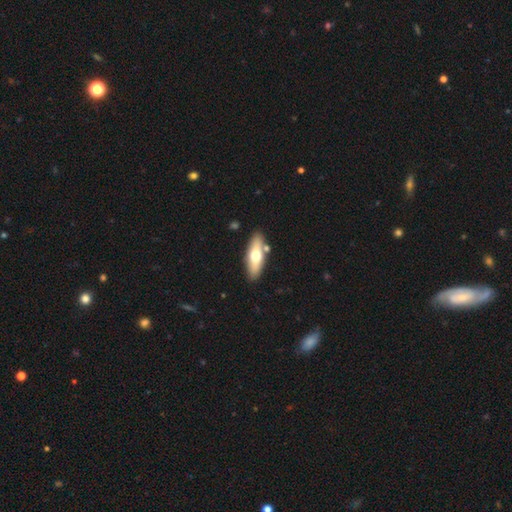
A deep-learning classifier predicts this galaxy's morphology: This is possibly a smooth galaxy (57%). How rounded: possibly in between (56%). Merging: clearly none (83%).